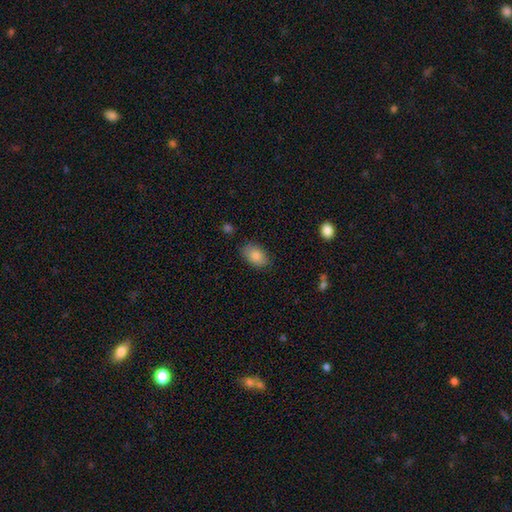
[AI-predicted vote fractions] A smooth galaxy with no disk features (84%) that is in between round and cigar-shaped (89%). Merging: none (82%).